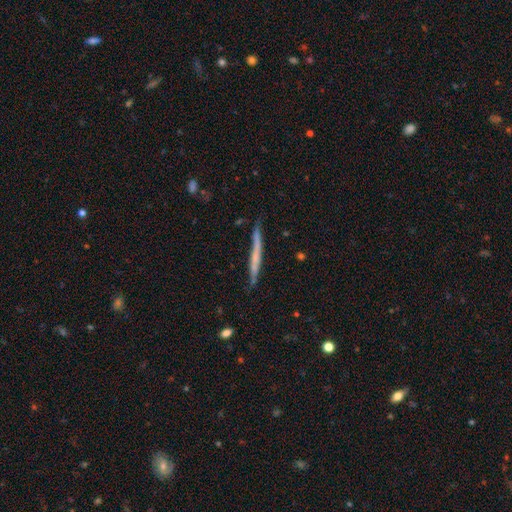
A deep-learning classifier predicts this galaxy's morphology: The model was most divided on "smooth or featured": featured or disk: 48%, smooth: 45%, star or artifact: 6%. More confident: merging — none (82%).